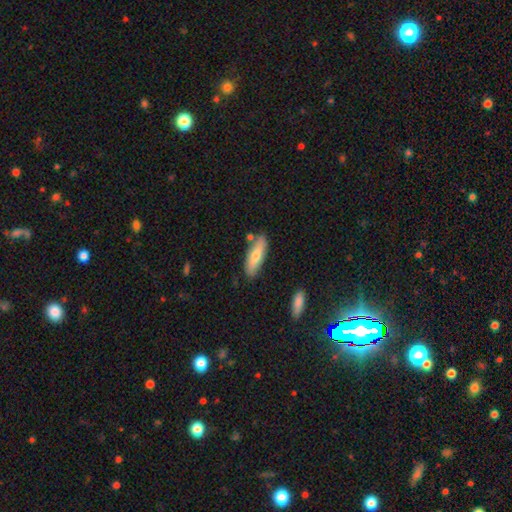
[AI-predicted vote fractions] A smooth galaxy with no disk features (68%) that is cigar-shaped (56%). Merging: none (81%).